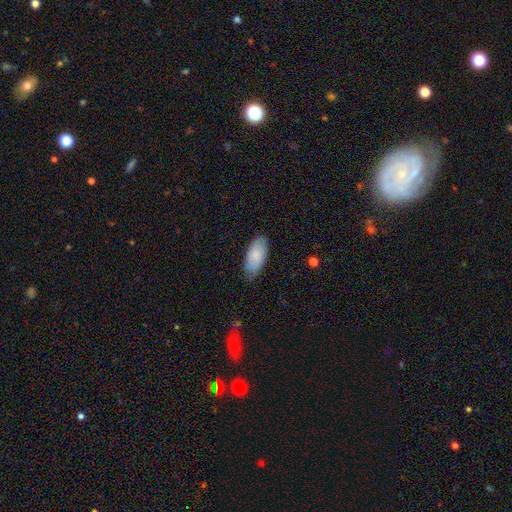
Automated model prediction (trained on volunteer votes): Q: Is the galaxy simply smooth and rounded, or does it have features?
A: smooth — 81%.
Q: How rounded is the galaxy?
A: in between — 92%.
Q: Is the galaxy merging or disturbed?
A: none — 74%.